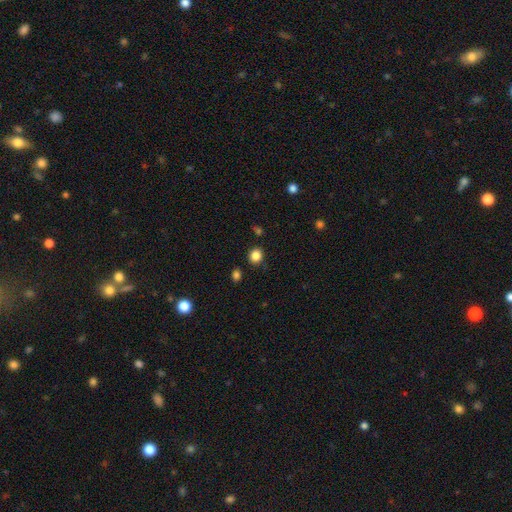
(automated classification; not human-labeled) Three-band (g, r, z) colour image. It shows a smooth galaxy with no disk features (84%) that is round (81%). Merging: none (88%).